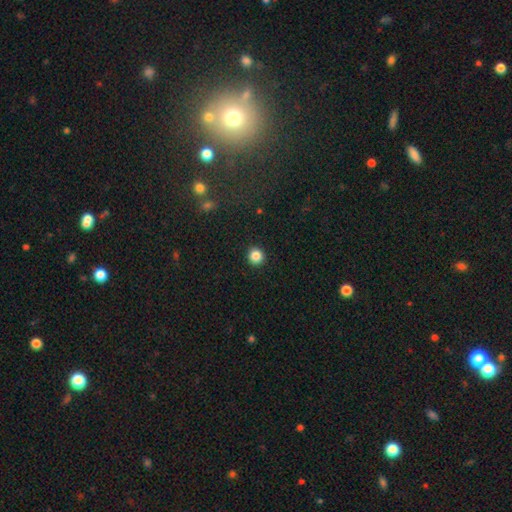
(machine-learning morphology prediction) Smooth or featured? smooth (86%)
How rounded? round (94%)
Merging? none (93%)